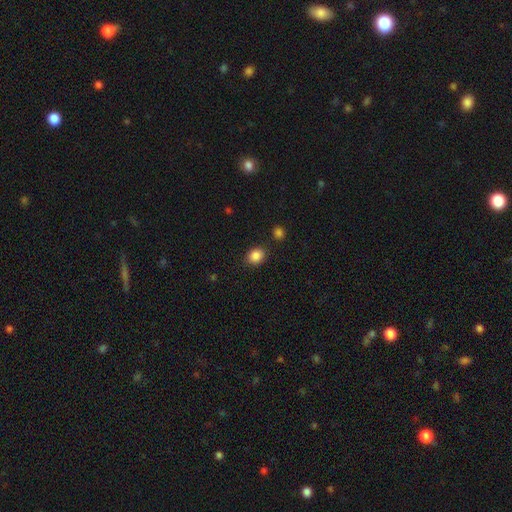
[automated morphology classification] smooth 86%, star or artifact 10%, featured or disk 4%. Down the decision tree: how rounded — round (54%); merging — none (83%).